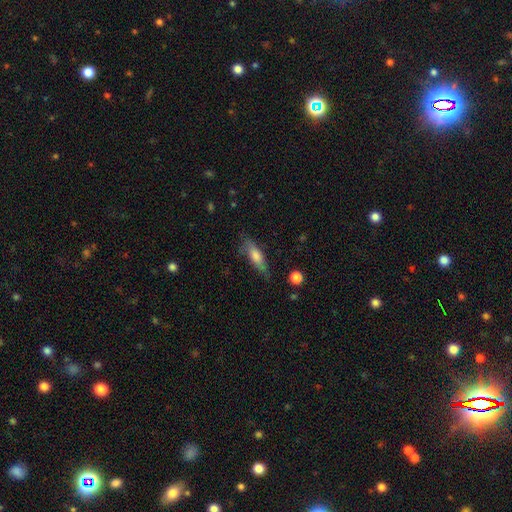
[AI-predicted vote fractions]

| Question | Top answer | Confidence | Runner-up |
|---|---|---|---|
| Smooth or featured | smooth | 65% | featured or disk (28%) |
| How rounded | cigar-shaped | 56% | in between (41%) |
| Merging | none | 72% | minor disturbance (21%) |